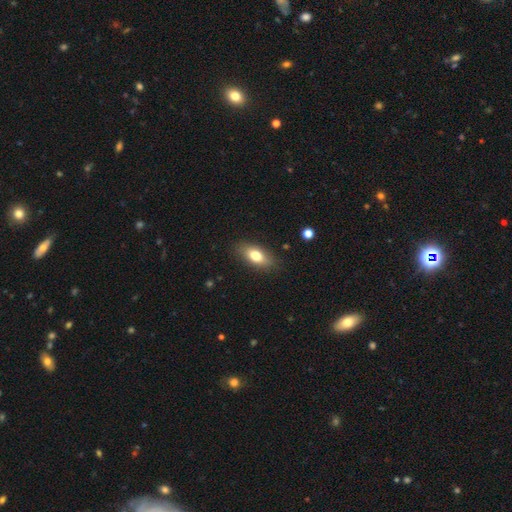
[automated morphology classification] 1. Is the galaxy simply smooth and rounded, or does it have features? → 75% smooth, 18% featured or disk, 8% star or artifact.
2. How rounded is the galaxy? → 84% in between, 10% cigar-shaped, 6% round.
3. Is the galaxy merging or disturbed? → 84% none, 11% minor disturbance, 3% major disturbance, 1% merger.